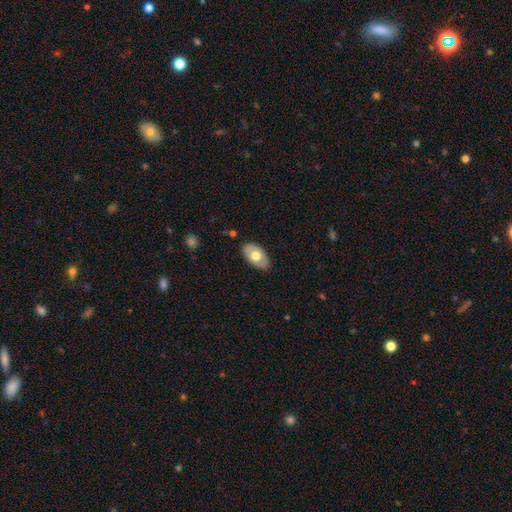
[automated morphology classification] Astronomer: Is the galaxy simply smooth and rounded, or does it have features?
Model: smooth — 60%.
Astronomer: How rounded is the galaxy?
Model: in between — 93%.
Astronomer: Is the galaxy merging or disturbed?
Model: none — 84%.